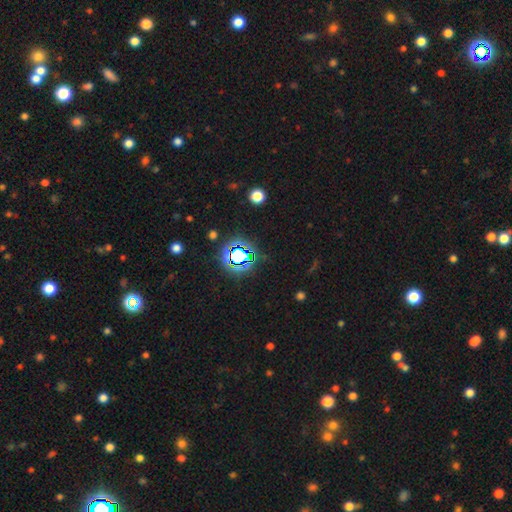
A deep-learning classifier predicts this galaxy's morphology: This appears to be a star or artifact, not a galaxy (79%).